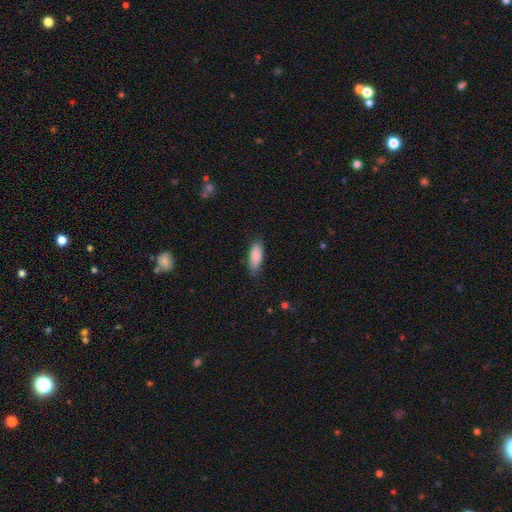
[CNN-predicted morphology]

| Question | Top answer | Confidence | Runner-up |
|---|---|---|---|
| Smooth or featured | smooth | 86% | featured or disk (8%) |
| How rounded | in between | 71% | cigar-shaped (27%) |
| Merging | none | 82% | minor disturbance (14%) |